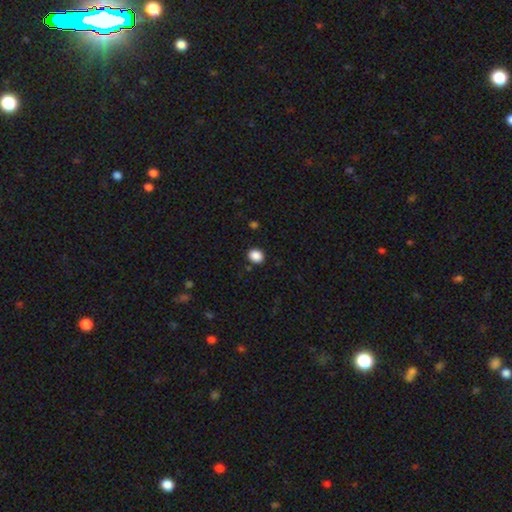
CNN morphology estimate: The model was most divided on "how rounded": round: 64%, in between: 35%, cigar-shaped: 1%. More confident: merging — none (89%); smooth or featured — smooth (88%).